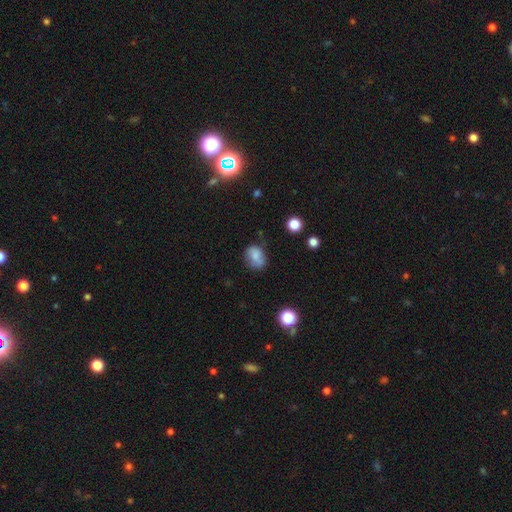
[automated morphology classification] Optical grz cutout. It shows a smooth galaxy with no disk features (75%) that is in between round and cigar-shaped (65%). Merging: none (54%).